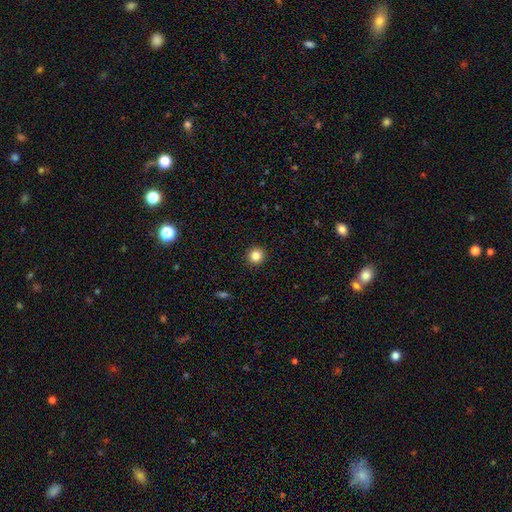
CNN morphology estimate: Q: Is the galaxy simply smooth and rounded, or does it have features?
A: smooth — 84%.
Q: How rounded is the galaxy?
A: round — 95%.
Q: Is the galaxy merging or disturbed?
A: none — 93%.